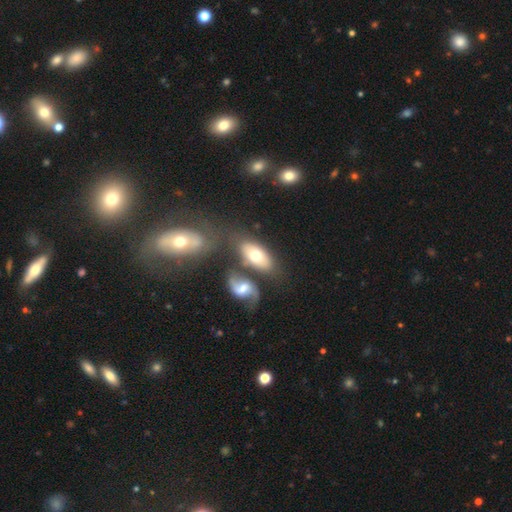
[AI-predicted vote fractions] Overall: smooth (60%; featured or disk 33%). How rounded: in between (89%). Merging: none (54%; merger 25%).